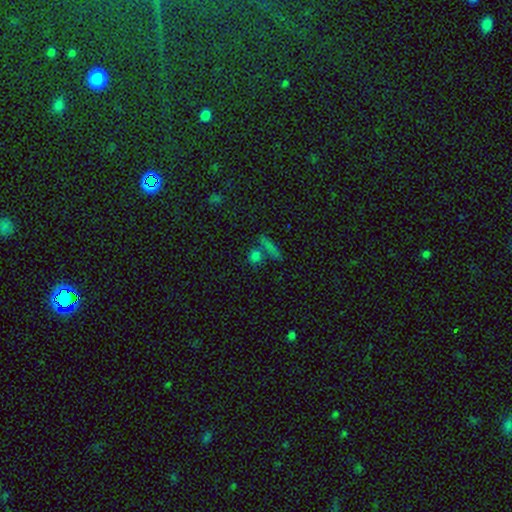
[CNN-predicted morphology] A smooth galaxy with no disk features (63%) that is round (60%).

Vote fractions:
- Smooth or featured? smooth: 63% / star or artifact: 27% / featured or disk: 10%
- How rounded? round: 60% / in between: 25% / cigar-shaped: 15%
- Merging? none: 62% / merger: 23% / minor disturbance: 10% / major disturbance: 6%